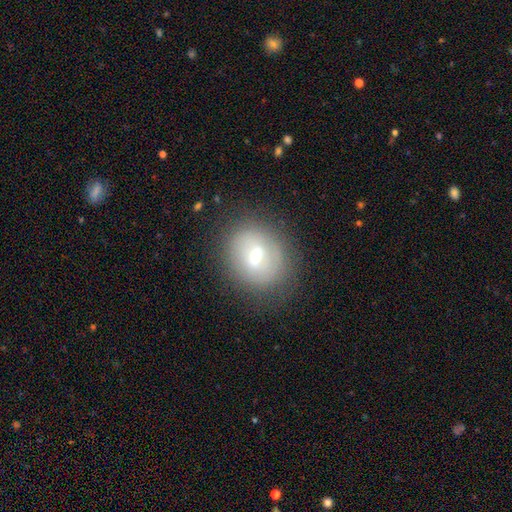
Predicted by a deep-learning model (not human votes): smooth 49%, featured or disk 39%, star or artifact 12%. Down the decision tree: merging — none (77%).